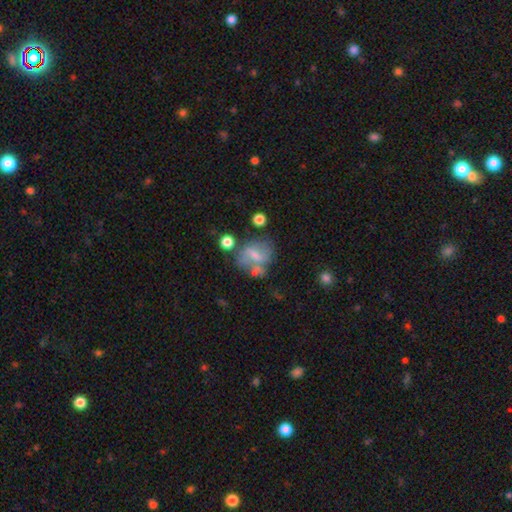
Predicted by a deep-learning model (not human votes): Morphology: type=smooth (45%); merging=none (42%).